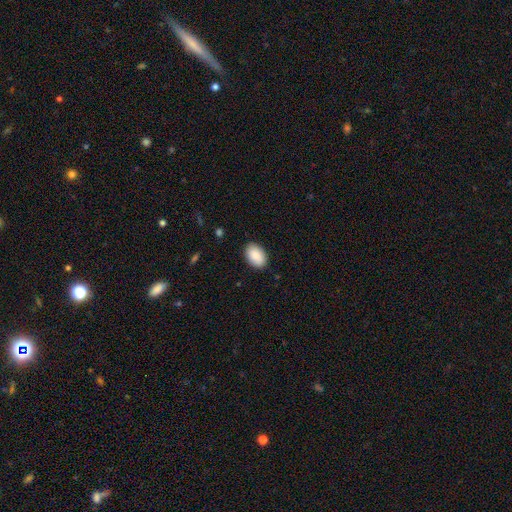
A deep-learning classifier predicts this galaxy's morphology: Smooth or featured: smooth — 89% (star or artifact — 6%)
How rounded: in between — 90% (round — 9%)
Merging: none — 87% (minor disturbance — 10%)